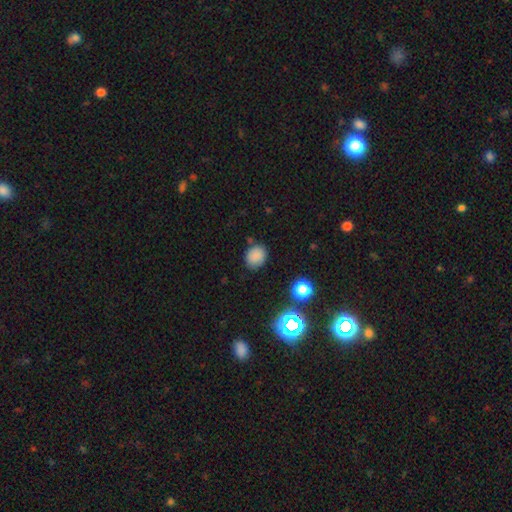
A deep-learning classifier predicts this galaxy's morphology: smooth-or-featured: smooth: 82% | star or artifact: 13% | featured or disk: 5%
  how-rounded: round: 63% | in between: 36% | cigar-shaped: 1%
  merging: none: 82% | minor disturbance: 13% | major disturbance: 3% | merger: 3%